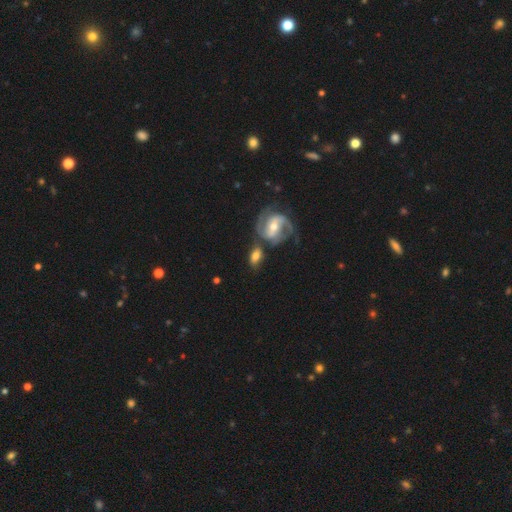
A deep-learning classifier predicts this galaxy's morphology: The model was most divided on "smooth or featured": featured or disk: 49%, smooth: 44%, star or artifact: 7%. More confident: merging — none (52%).